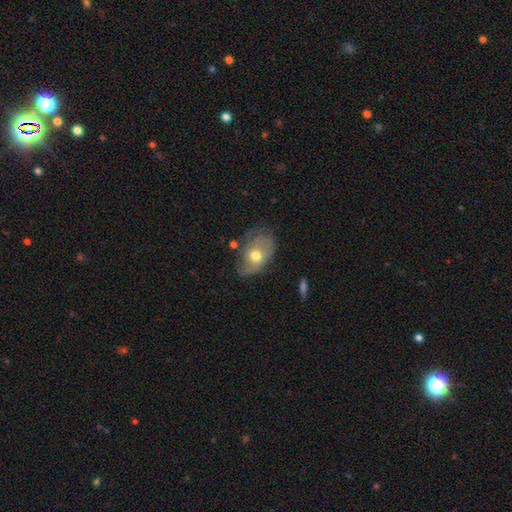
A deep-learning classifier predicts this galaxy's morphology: smooth 47%, featured or disk 45%, star or artifact 8%. Down the decision tree: merging — none (43%).